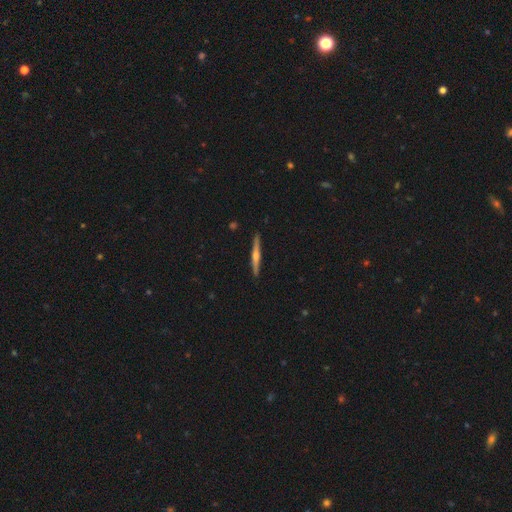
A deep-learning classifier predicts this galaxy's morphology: Q: Smooth or featured?
A: featured or disk (70%); runner-up: smooth (24%)
Q: Edge-on disk?
A: yes (98%); runner-up: no (2%)
Q: Edge-on bulge?
A: rounded (82%); runner-up: none (11%)
Q: Merging?
A: none (92%); runner-up: minor disturbance (6%)